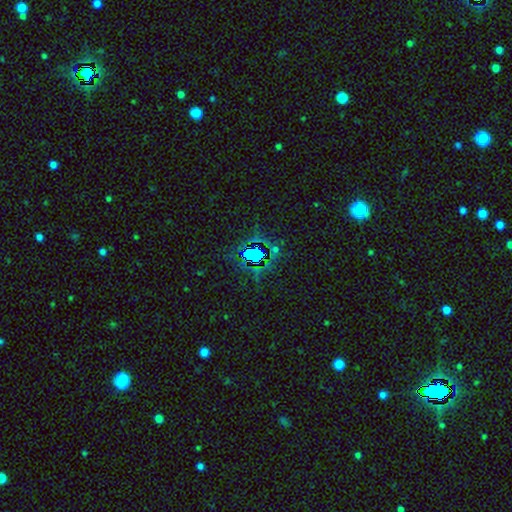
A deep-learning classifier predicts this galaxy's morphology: A star or artifact, not a galaxy (72%).

Vote fractions:
- Smooth or featured? star or artifact: 72% / smooth: 18% / featured or disk: 11%